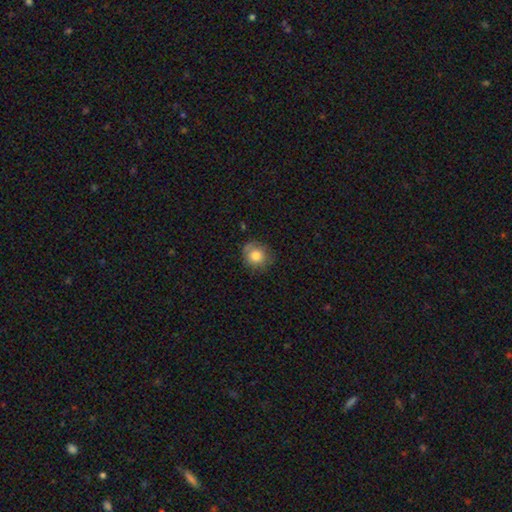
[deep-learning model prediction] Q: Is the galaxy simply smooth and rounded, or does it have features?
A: smooth — 80%.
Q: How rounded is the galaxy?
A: round — 85%.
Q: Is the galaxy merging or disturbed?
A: none — 73%.